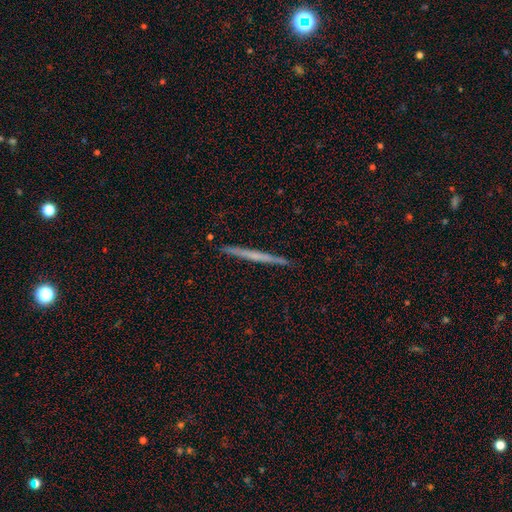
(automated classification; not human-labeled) smooth_or_featured: featured or disk (p=0.55) [alt: smooth p=0.39]
disk_edge_on: yes (p=0.98) [alt: no p=0.02]
edge_on_bulge: none (p=0.82) [alt: rounded p=0.14]
merging: none (p=0.92) [alt: minor disturbance p=0.06]